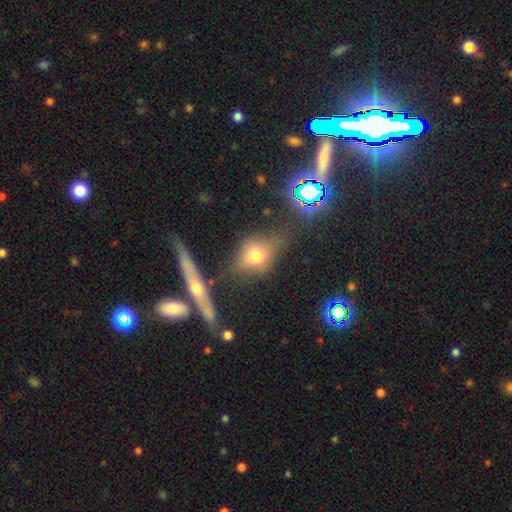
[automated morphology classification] smooth_or_featured: smooth (p=0.63) [alt: featured or disk p=0.20]
how_rounded: in between (p=0.51) [alt: round p=0.44]
merging: none (p=0.58) [alt: minor disturbance p=0.20]